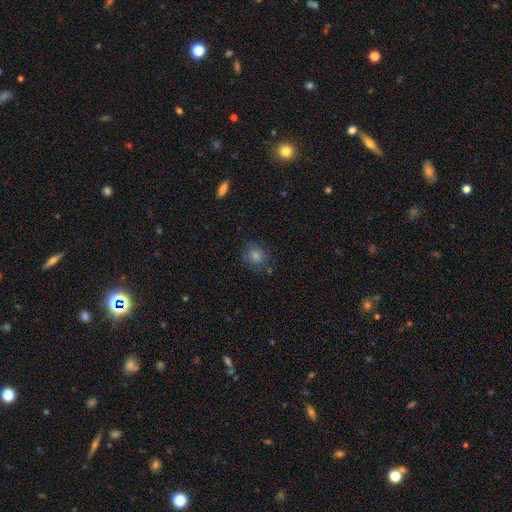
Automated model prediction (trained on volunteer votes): This is likely a smooth galaxy (67%). How rounded: likely round (71%). Merging: likely none (79%).